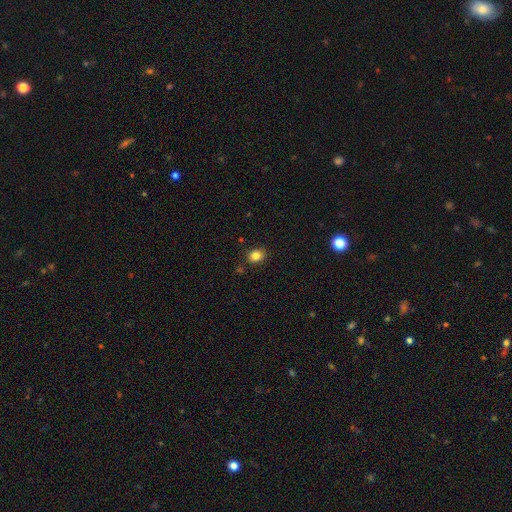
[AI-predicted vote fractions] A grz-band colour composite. It shows a smooth galaxy with no disk features (83%) that is round (55%). Merging: none (85%).